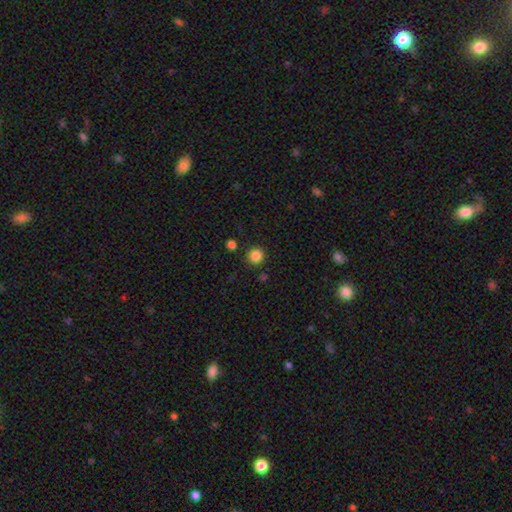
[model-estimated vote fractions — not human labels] smooth-or-featured: smooth: 85% | star or artifact: 11% | featured or disk: 3%
  how-rounded: round: 94% | in between: 5% | cigar-shaped: 1%
  merging: none: 89% | minor disturbance: 6% | merger: 3% | major disturbance: 2%